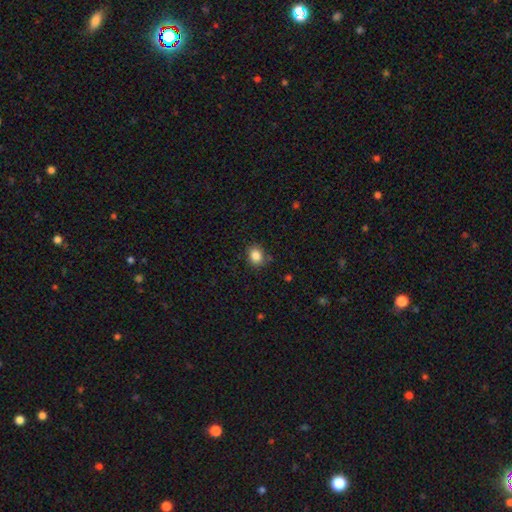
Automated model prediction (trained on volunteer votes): Smooth or featured? Predicted: smooth (p=0.84). How rounded? Predicted: round (p=0.66). Merging? Predicted: none (p=0.83).